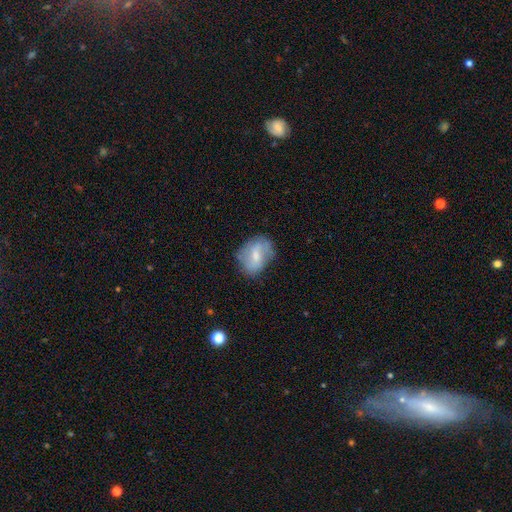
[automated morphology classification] The model was most divided on "smooth or featured": smooth: 48%, featured or disk: 45%, star or artifact: 7%. More confident: merging — none (64%).